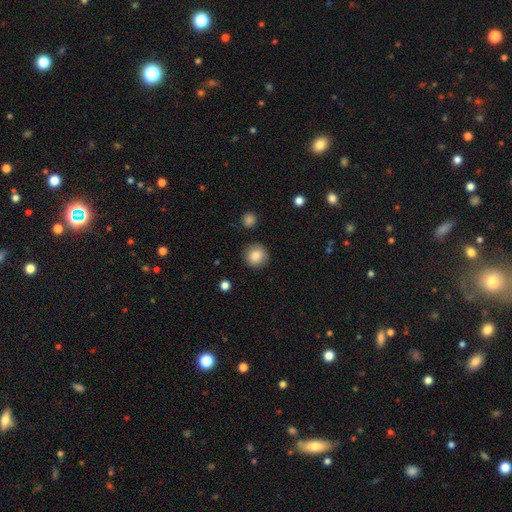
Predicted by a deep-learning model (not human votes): Smooth or featured?
  - smooth: 86% *
  - star or artifact: 9%
  - featured or disk: 5%
How rounded?
  - round: 93% *
  - in between: 6%
  - cigar-shaped: 1%
Merging?
  - none: 90% *
  - minor disturbance: 7%
  - major disturbance: 2%
  - merger: 2%